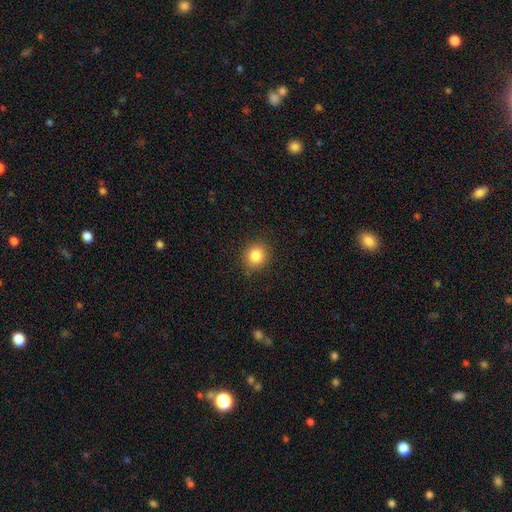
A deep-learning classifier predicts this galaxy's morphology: Smooth or featured? Predicted: smooth (p=0.83). How rounded? Predicted: round (p=0.78). Merging? Predicted: none (p=0.88).